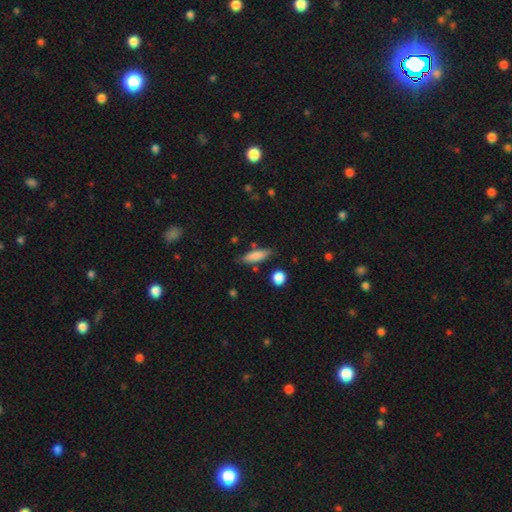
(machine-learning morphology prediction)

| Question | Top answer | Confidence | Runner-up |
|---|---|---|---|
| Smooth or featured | smooth | 83% | featured or disk (11%) |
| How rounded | cigar-shaped | 58% | in between (40%) |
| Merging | none | 79% | minor disturbance (14%) |